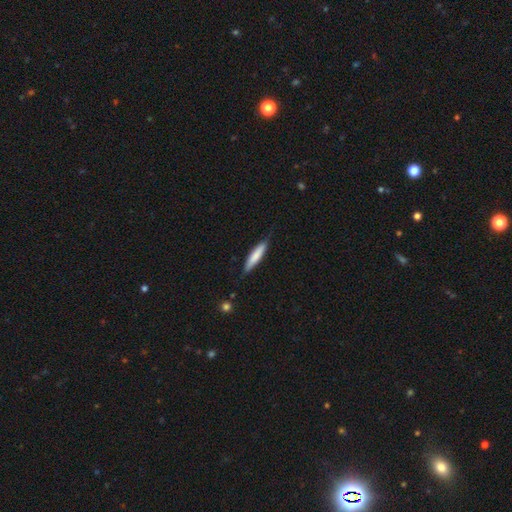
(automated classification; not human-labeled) Smooth or featured: smooth — 76% (featured or disk — 19%)
How rounded: cigar-shaped — 83% (in between — 16%)
Merging: none — 77% (minor disturbance — 19%)